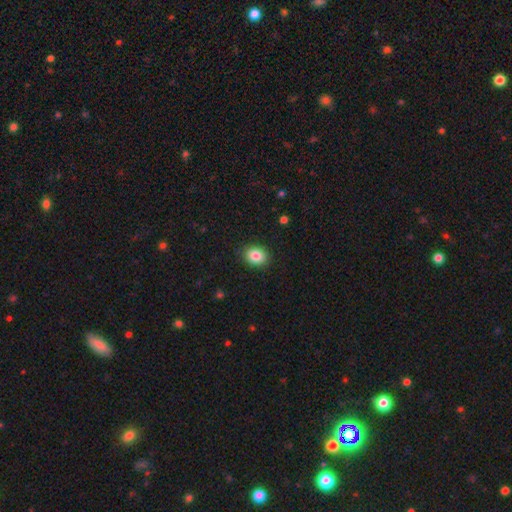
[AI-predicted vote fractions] Q: Smooth or featured?
A: smooth (85%); runner-up: star or artifact (9%)
Q: How rounded?
A: in between (55%); runner-up: round (44%)
Q: Merging?
A: none (90%); runner-up: minor disturbance (8%)